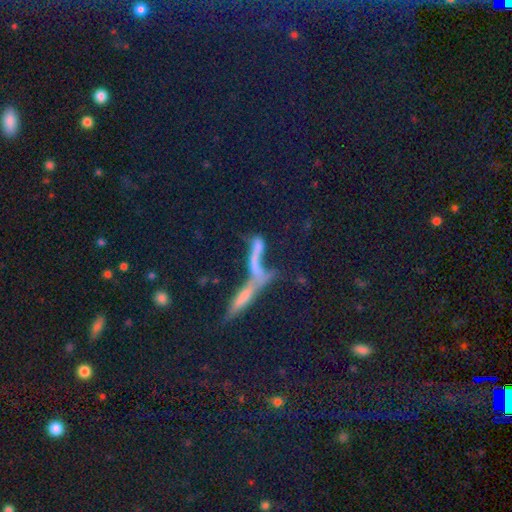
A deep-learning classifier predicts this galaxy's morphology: Smooth or featured?
  - smooth: 42% *
  - featured or disk: 32%
  - star or artifact: 26%
Merging?
  - merger: 44% *
  - none: 30%
  - major disturbance: 14%
  - minor disturbance: 12%